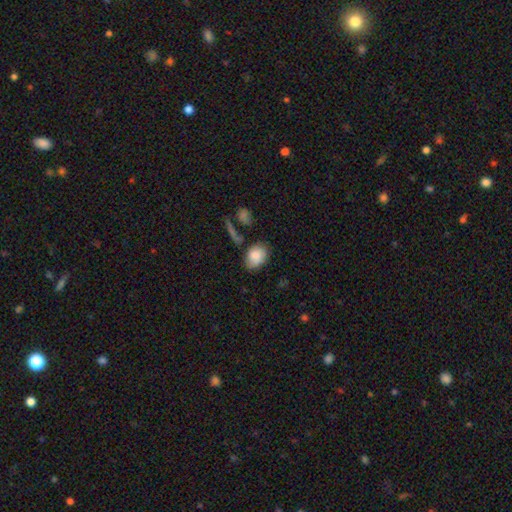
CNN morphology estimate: Smooth or featured? Predicted: smooth (p=0.82). How rounded? Predicted: in between (p=0.70). Merging? Predicted: none (p=0.62).